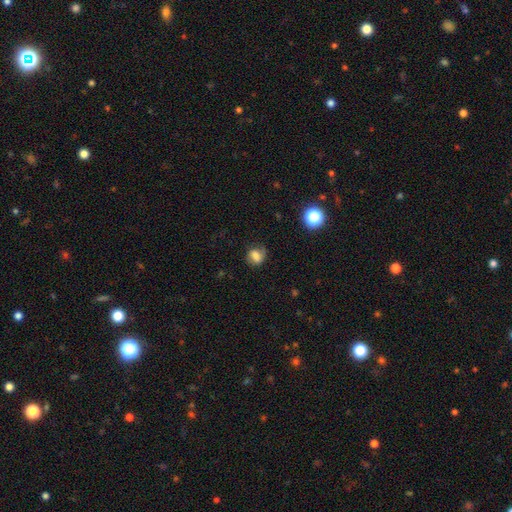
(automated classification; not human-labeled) This appears to be a smooth galaxy with no disk features (68%) that is round (52%). Merging: none (65%).